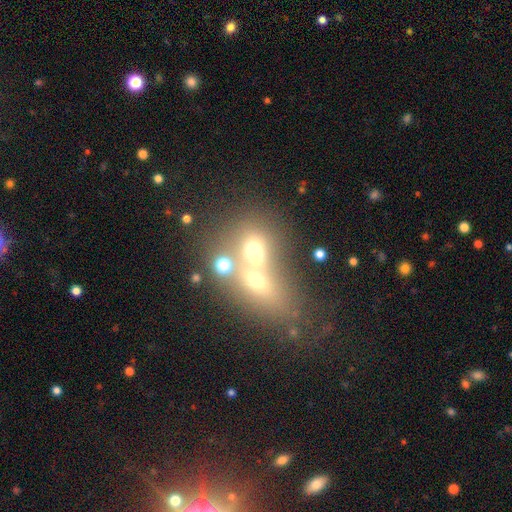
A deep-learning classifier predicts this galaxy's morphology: This appears to be a smooth galaxy with no disk features (55%) that is in between round and cigar-shaped (55%). Merging: merger (61%).